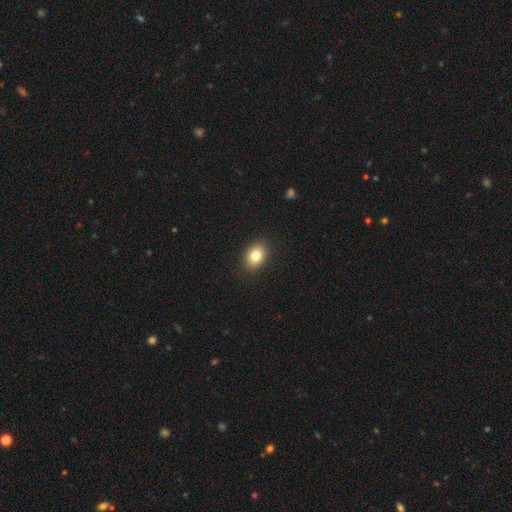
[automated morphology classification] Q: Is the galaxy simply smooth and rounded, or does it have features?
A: smooth — 81%.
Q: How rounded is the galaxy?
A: in between — 71%.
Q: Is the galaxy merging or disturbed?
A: none — 89%.